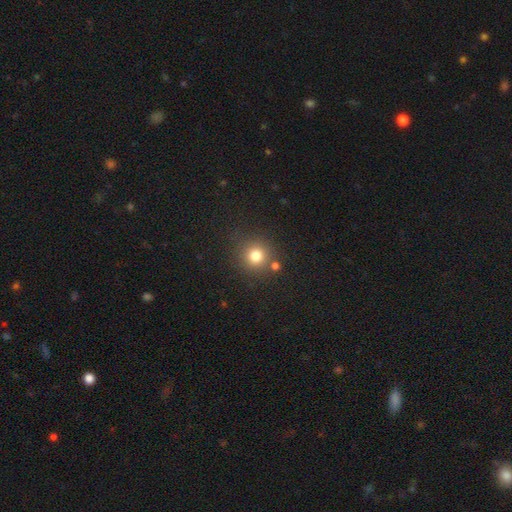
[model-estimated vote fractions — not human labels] This is likely a smooth galaxy (79%). How rounded: clearly round (93%). Merging: clearly none (81%).